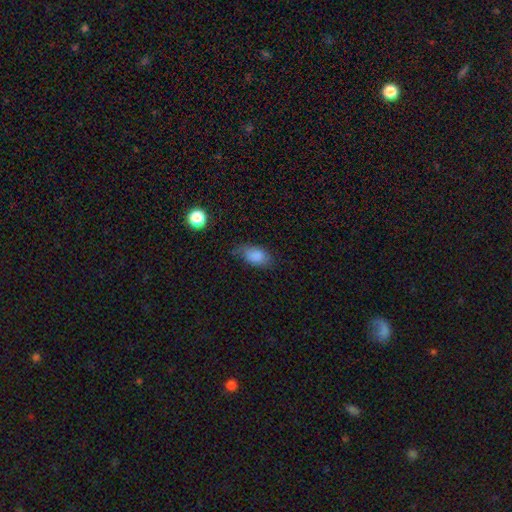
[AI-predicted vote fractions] Smooth or featured: smooth — 83% (star or artifact — 9%)
How rounded: in between — 90% (round — 7%)
Merging: none — 58% (minor disturbance — 30%)